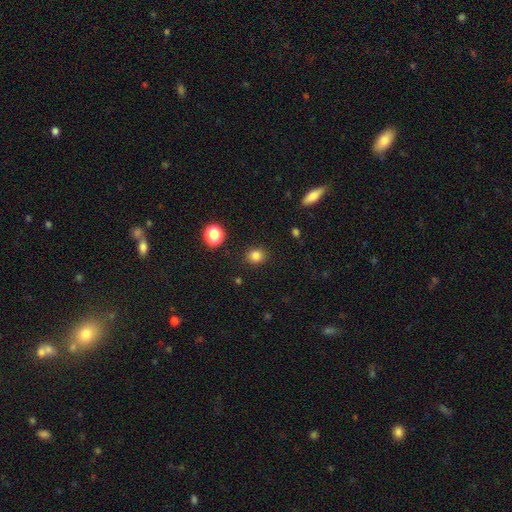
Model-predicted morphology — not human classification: Smooth or featured?
  - smooth: 83% *
  - star or artifact: 13%
  - featured or disk: 4%
How rounded?
  - round: 76% *
  - in between: 23%
  - cigar-shaped: 1%
Merging?
  - none: 88% *
  - minor disturbance: 8%
  - major disturbance: 2%
  - merger: 2%